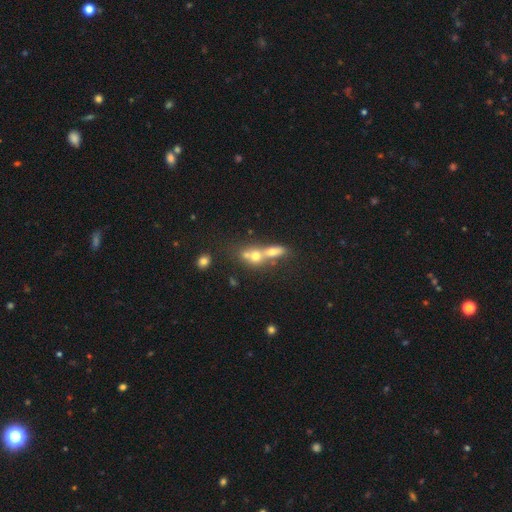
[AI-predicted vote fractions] Morphology: type=smooth (48%); merging=merger (70%).